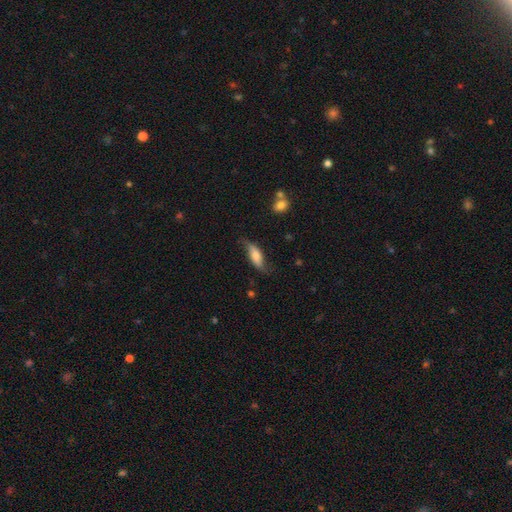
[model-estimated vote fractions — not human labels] This is possibly a smooth galaxy (48%). Merging: likely none (60%).